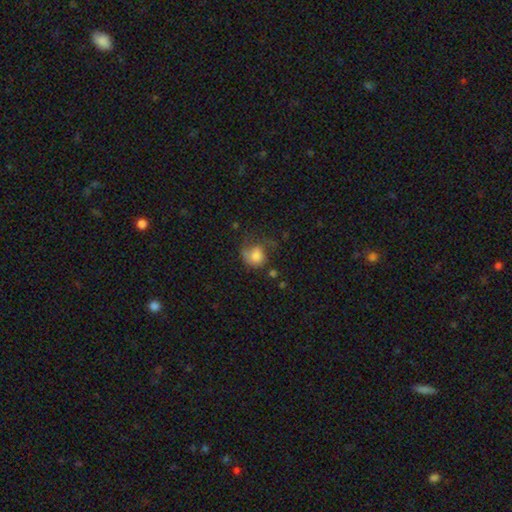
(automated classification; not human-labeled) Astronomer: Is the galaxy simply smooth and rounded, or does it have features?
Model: smooth — 66%.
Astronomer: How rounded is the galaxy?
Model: round — 60% (runner-up: in between, 39%).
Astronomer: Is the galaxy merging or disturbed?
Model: major disturbance — 36% (runner-up: none, 32%).